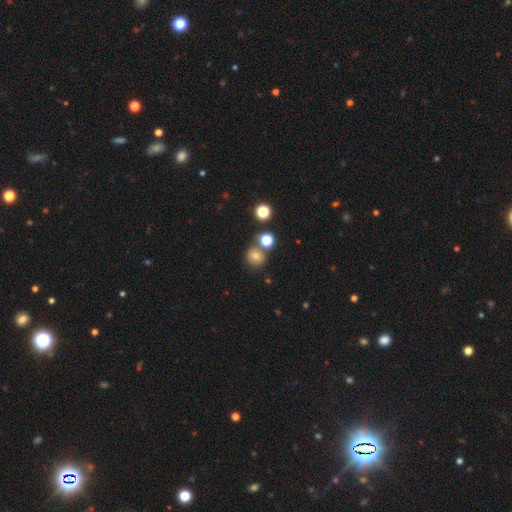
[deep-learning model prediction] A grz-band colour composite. It shows a smooth galaxy with no disk features (72%) that is round (87%). Merging: none (70%).